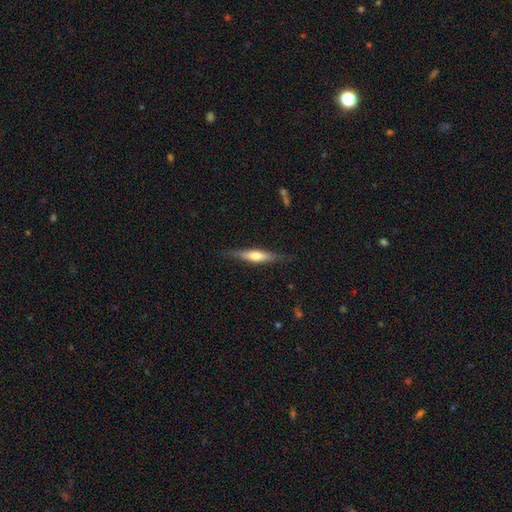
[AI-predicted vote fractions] Smooth or featured: featured or disk — 49% (smooth — 46%)
Merging: none — 83% (minor disturbance — 13%)